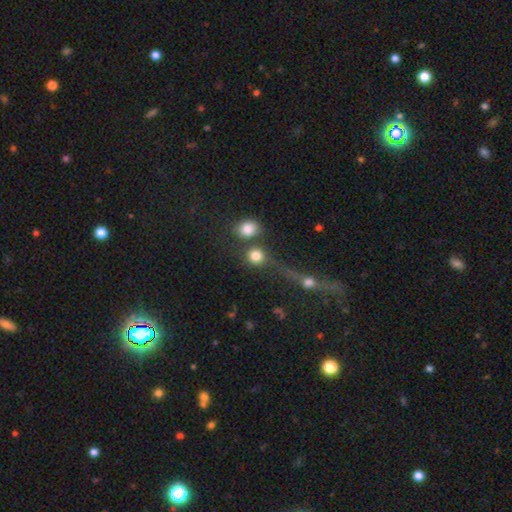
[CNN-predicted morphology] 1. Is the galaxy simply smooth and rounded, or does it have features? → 81% smooth, 12% star or artifact, 8% featured or disk.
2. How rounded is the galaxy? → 85% round, 13% in between, 2% cigar-shaped.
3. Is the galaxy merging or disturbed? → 54% none, 29% merger, 10% minor disturbance, 7% major disturbance.